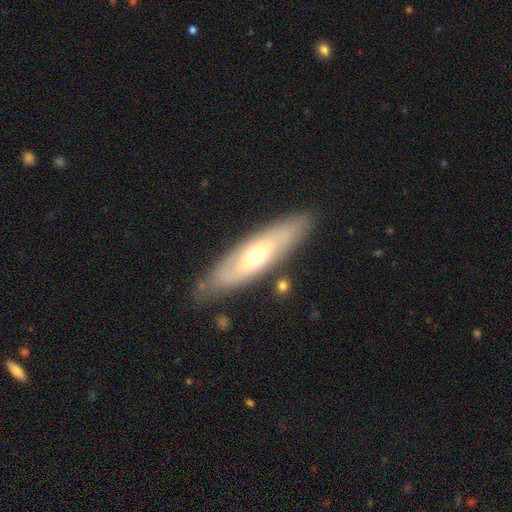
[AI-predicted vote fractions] Smooth or featured: featured or disk — 55% (smooth — 39%)
Edge-on disk: no — 58% (yes — 42%)
Merging: none — 82% (minor disturbance — 13%)